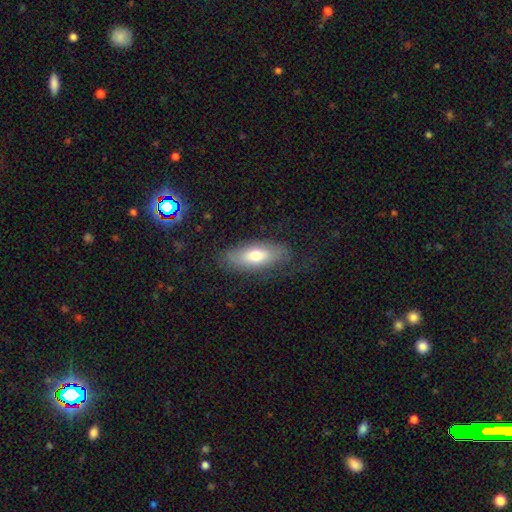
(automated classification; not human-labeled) smooth 66%, featured or disk 27%, star or artifact 7%. Down the decision tree: how rounded — in between (80%); merging — none (75%).